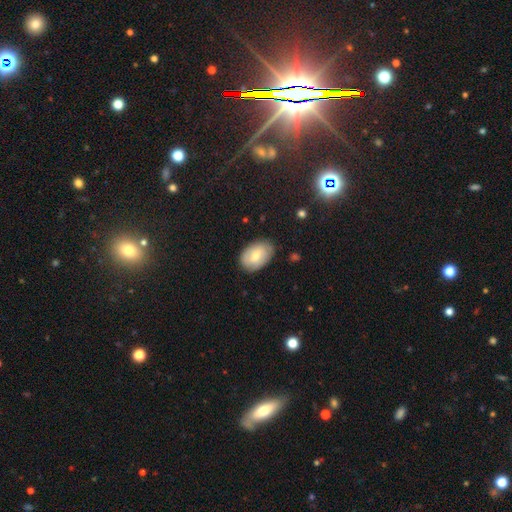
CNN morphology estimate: Smooth or featured? Predicted: smooth (p=0.67). How rounded? Predicted: in between (p=0.88). Merging? Predicted: none (p=0.79).